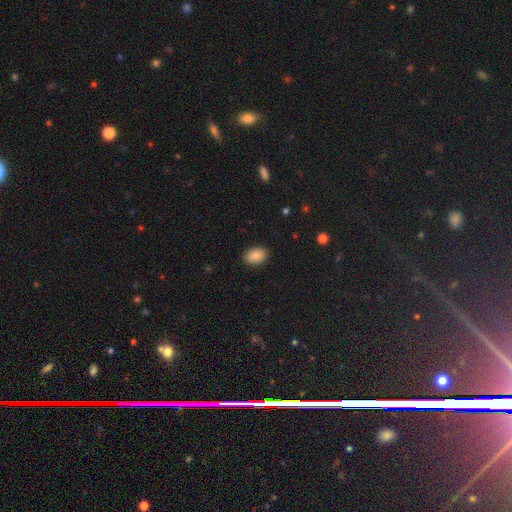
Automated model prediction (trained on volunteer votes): smooth 88%, star or artifact 8%, featured or disk 5%. Down the decision tree: how rounded — in between (85%); merging — none (89%).